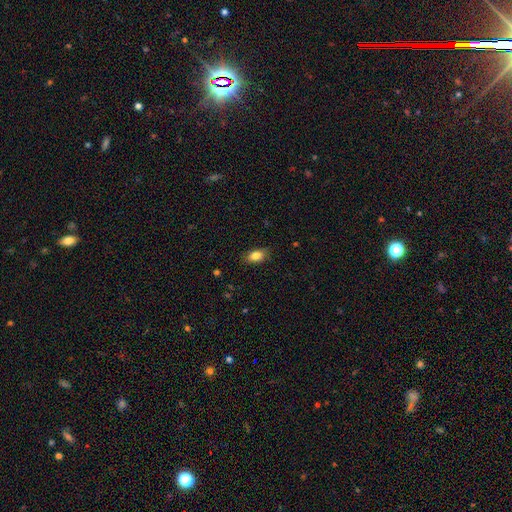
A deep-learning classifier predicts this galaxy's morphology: smooth_or_featured: smooth (p=0.83) [alt: featured or disk p=0.09]
how_rounded: in between (p=0.86) [alt: round p=0.10]
merging: none (p=0.83) [alt: minor disturbance p=0.13]